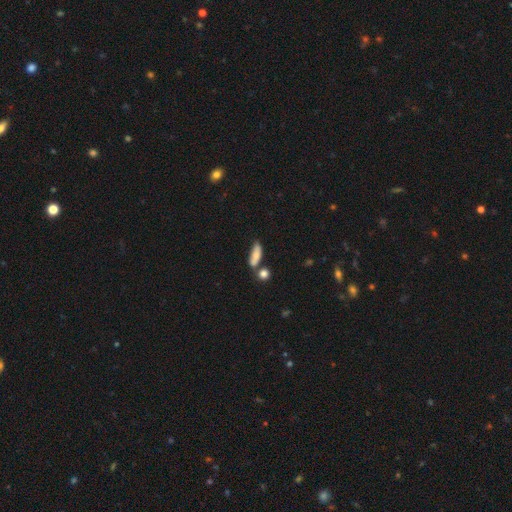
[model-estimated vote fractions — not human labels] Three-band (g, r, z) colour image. It shows a smooth galaxy with no disk features (76%) that is in between round and cigar-shaped (56%). Merging: none (54%).